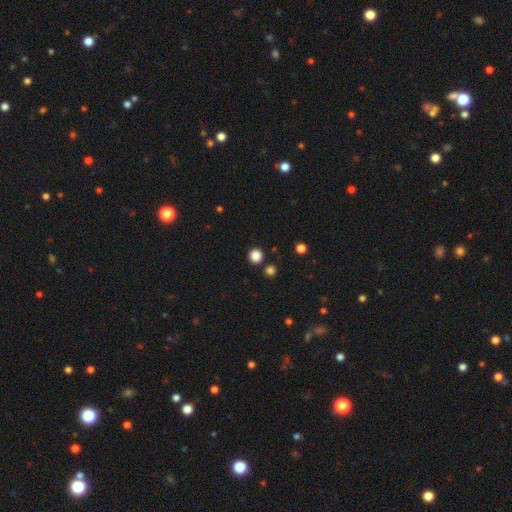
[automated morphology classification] Smooth or featured?
  - smooth: 85% *
  - star or artifact: 12%
  - featured or disk: 3%
How rounded?
  - round: 93% *
  - in between: 6%
  - cigar-shaped: 1%
Merging?
  - none: 88% *
  - minor disturbance: 5%
  - merger: 5%
  - major disturbance: 2%